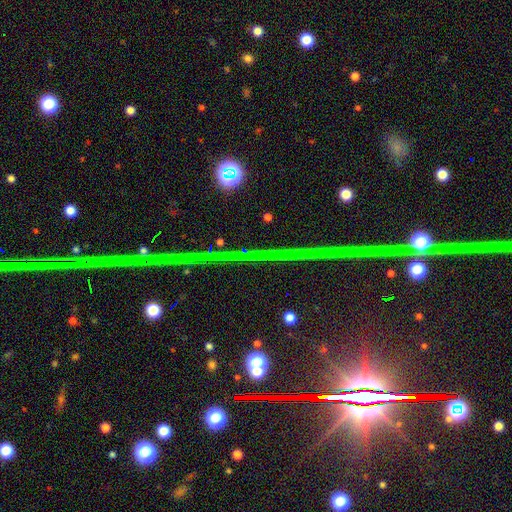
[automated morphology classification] smooth_or_featured: star or artifact (p=0.81) [alt: featured or disk p=0.11]